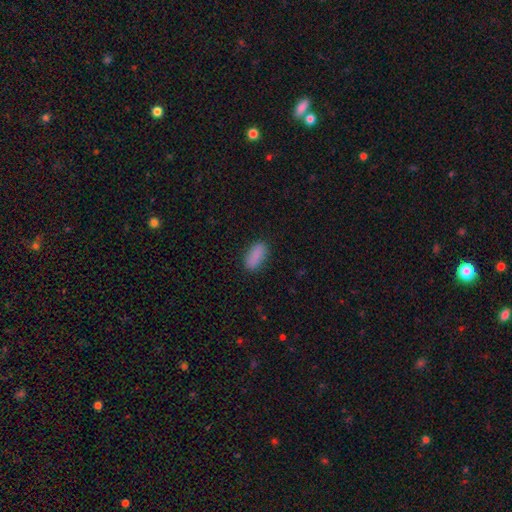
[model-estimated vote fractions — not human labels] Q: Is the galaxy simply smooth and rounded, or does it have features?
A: smooth — 87%.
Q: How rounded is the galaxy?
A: in between — 86%.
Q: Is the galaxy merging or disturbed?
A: none — 84%.